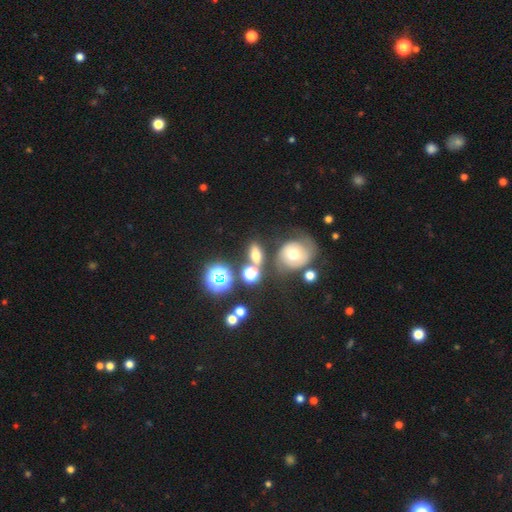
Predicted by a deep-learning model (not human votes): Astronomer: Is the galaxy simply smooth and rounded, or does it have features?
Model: smooth — 63%.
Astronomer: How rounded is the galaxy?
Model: in between — 70%.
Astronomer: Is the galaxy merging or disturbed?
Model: none — 61%.